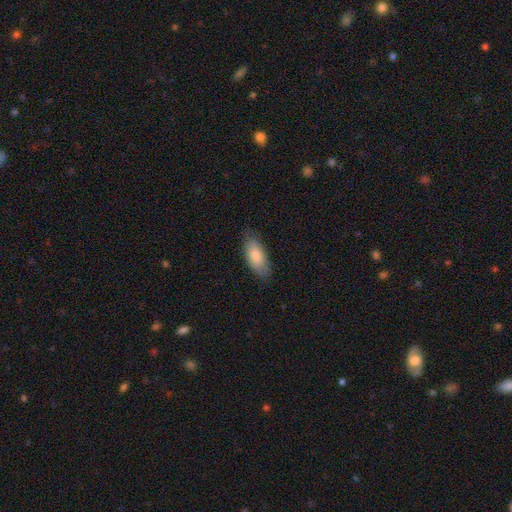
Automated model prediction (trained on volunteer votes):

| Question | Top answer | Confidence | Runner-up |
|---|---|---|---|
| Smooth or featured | smooth | 84% | featured or disk (11%) |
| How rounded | in between | 85% | cigar-shaped (13%) |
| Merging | none | 79% | minor disturbance (17%) |